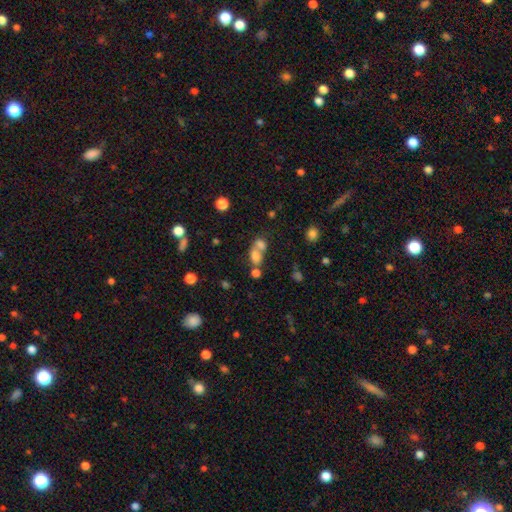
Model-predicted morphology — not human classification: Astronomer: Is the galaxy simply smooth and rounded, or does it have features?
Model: smooth — 73%.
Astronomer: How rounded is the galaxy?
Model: in between — 66%.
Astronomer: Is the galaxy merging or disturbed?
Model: merger — 62%.